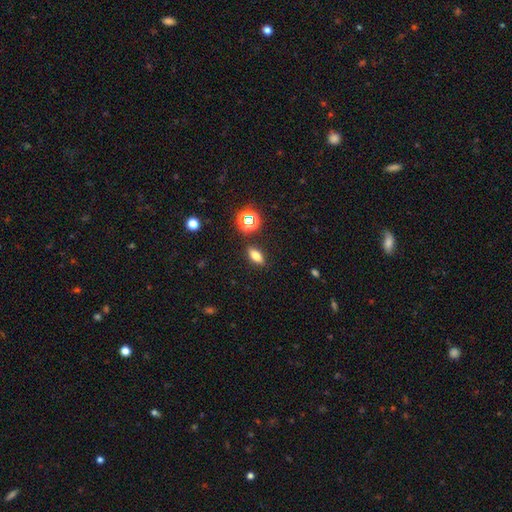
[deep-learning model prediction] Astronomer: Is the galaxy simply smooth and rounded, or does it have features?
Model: smooth — 71%.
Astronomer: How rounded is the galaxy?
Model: in between — 73%.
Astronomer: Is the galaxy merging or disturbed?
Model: none — 87%.